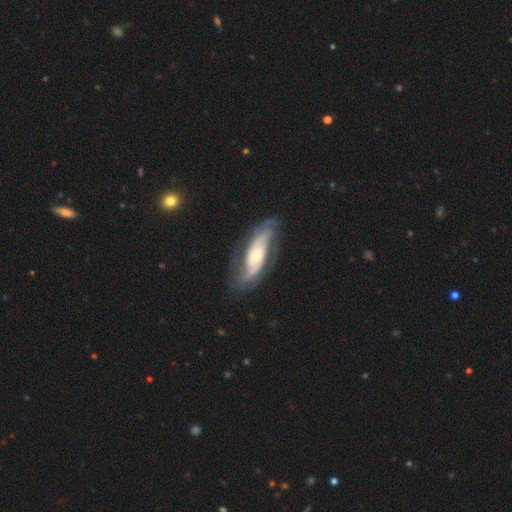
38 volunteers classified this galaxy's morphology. This is clearly a featured or disk galaxy (84%). It is clearly not viewed edge-on (94%). Bar: possibly weak (47%). Spiral arm pattern: clearly yes (97%). Spiral arm count: likely 2 (79%). Spiral winding: marginally tight (38%, tied with loose). Central bulge: possibly moderate (50%). Merging: likely none (75%).